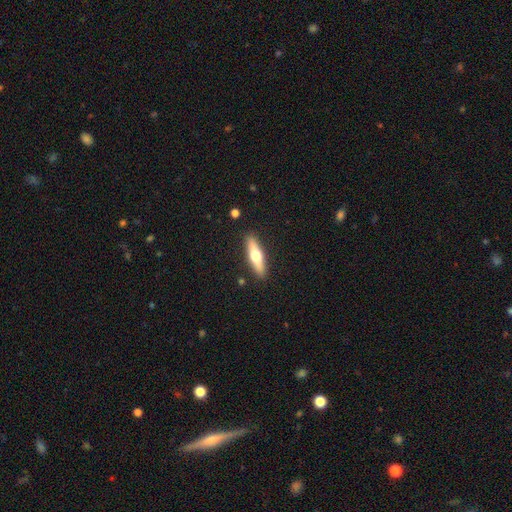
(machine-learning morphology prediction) A smooth galaxy with no disk features (50%) that is cigar-shaped (71%). Merging: none (90%).